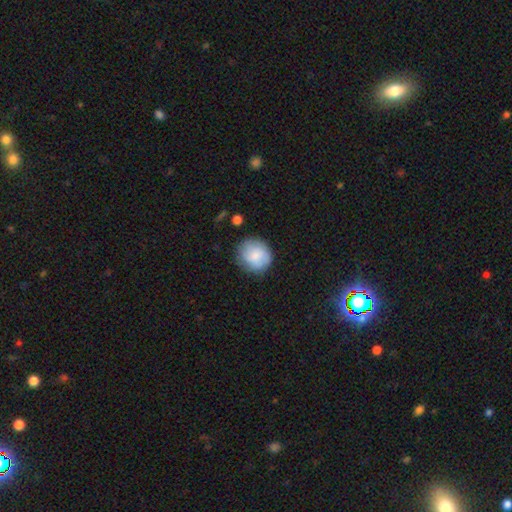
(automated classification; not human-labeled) smooth-or-featured: smooth: 77% | featured or disk: 16% | star or artifact: 7%
  how-rounded: round: 85% | in between: 14% | cigar-shaped: 1%
  merging: none: 78% | minor disturbance: 16% | major disturbance: 4% | merger: 2%